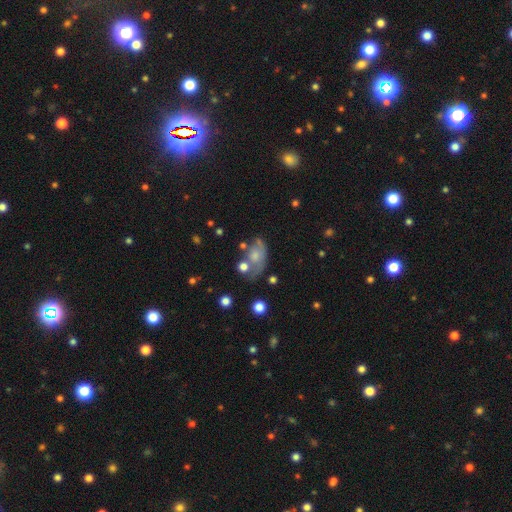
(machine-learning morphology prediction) smooth-or-featured: smooth: 55% | featured or disk: 34% | star or artifact: 10%
  how-rounded: in between: 81% | round: 17% | cigar-shaped: 3%
  merging: none: 35% | minor disturbance: 27% | major disturbance: 23% | merger: 15%